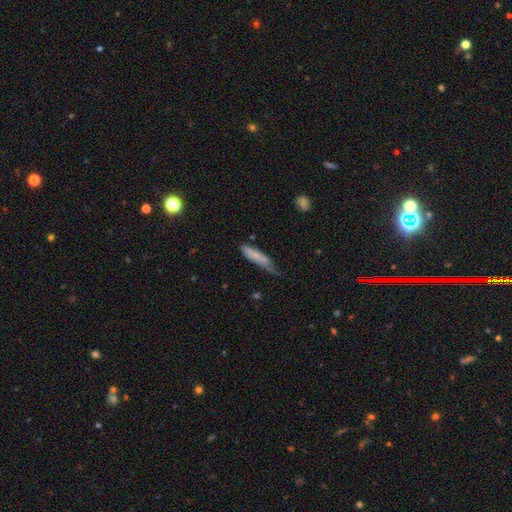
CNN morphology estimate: Smooth or featured? smooth (68%)
How rounded? cigar-shaped (75%)
Merging? minor disturbance (42%)